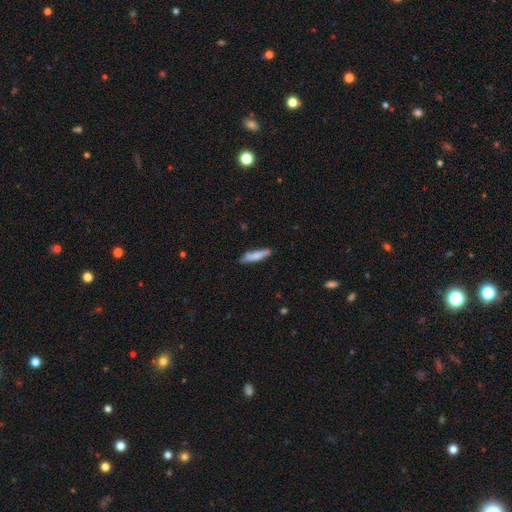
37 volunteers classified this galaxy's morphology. A smooth galaxy with no disk features (86%) that is cigar-shaped (97%). Merging: none (89%).